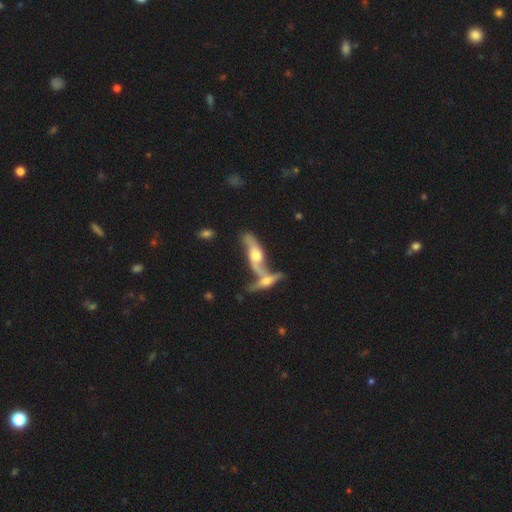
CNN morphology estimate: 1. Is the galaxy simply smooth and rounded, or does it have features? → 70% featured or disk, 23% smooth, 7% star or artifact.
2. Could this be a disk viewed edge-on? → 50% no (tied), 50% yes (tied).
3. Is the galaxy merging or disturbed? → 50% merger, 33% none, 11% minor disturbance, 6% major disturbance.